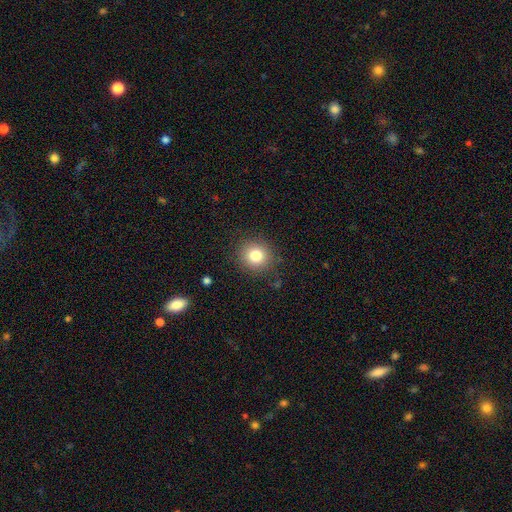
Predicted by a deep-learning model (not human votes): This is clearly a smooth galaxy (81%). How rounded: clearly round (88%). Merging: clearly none (88%).